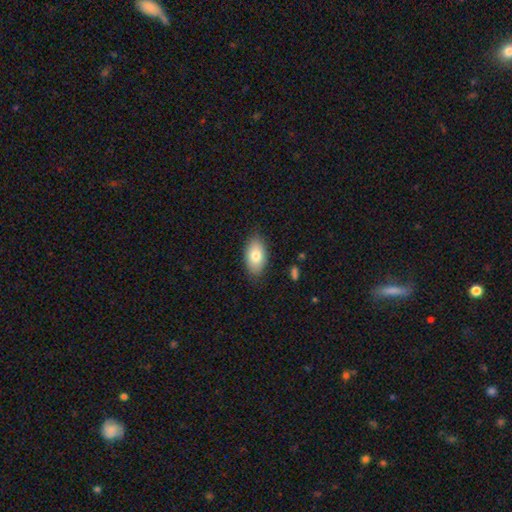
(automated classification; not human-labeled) Smooth or featured? Predicted: smooth (p=0.79). How rounded? Predicted: in between (p=0.93). Merging? Predicted: none (p=0.85).